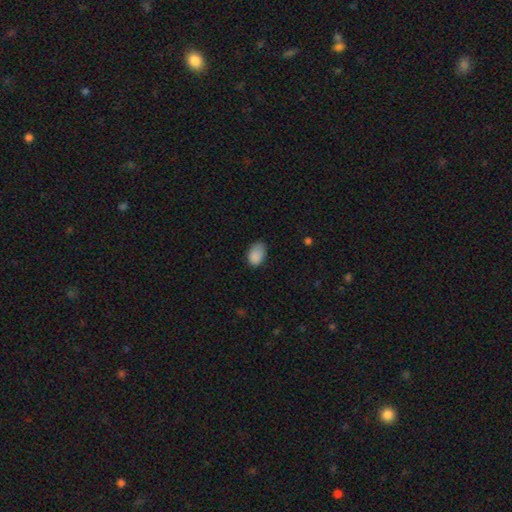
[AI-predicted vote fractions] Overall: smooth (88%). How rounded: in between (86%). Merging: none (63%; minor disturbance 31%).